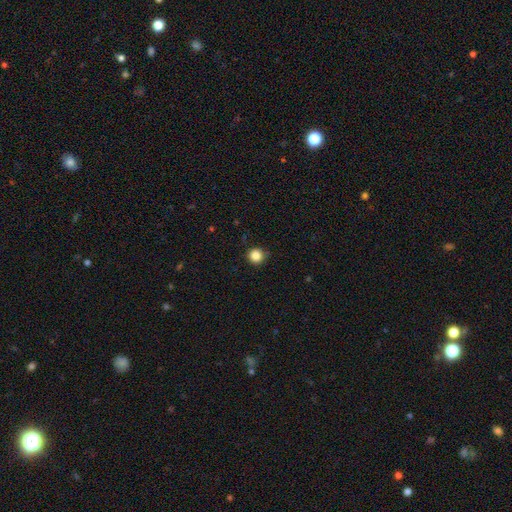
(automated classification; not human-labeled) A smooth galaxy with no disk features (85%) that is round (94%). Merging: none (89%).